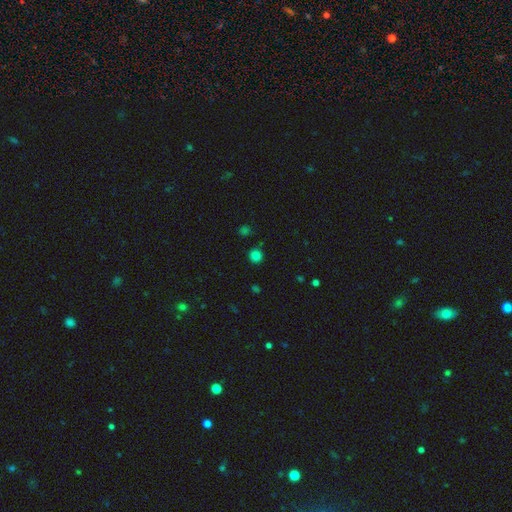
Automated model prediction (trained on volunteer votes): Overall: smooth (81%). How rounded: round (93%). Merging: none (88%).